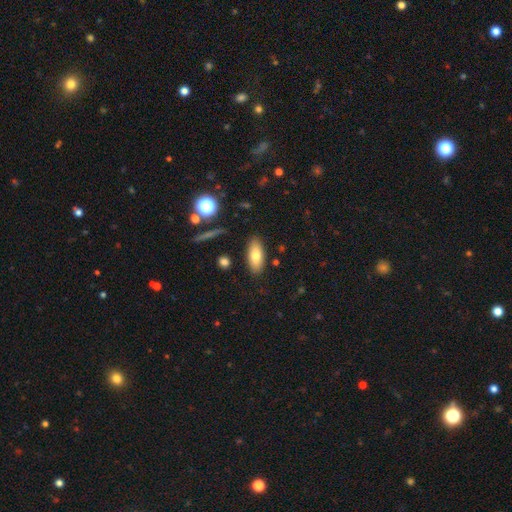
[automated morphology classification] Smooth or featured? smooth (76%)
How rounded? in between (82%)
Merging? none (86%)